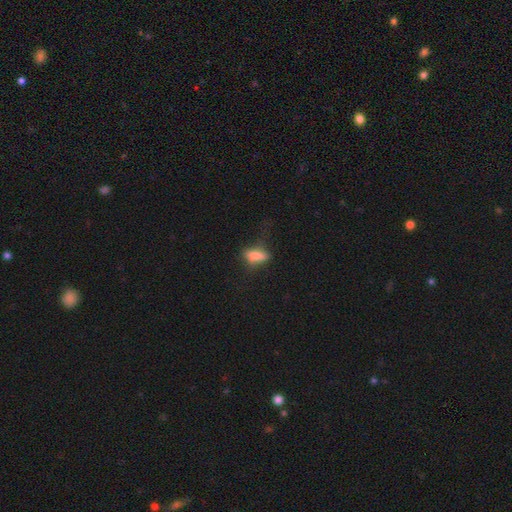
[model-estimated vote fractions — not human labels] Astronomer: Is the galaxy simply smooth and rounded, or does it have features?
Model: smooth — 73%.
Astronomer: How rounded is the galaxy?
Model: in between — 59% (runner-up: cigar-shaped, 37%).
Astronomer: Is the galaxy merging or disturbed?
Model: none — 46% (runner-up: minor disturbance, 28%).